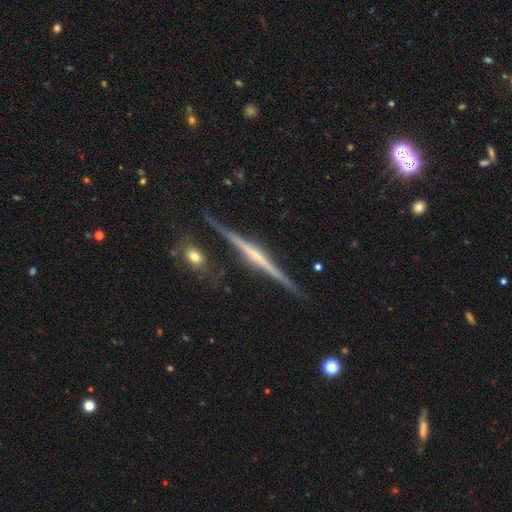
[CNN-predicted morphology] Smooth or featured? featured or disk (84%)
Edge-on disk? yes (98%)
Edge-on bulge? rounded (53%)
Merging? none (87%)